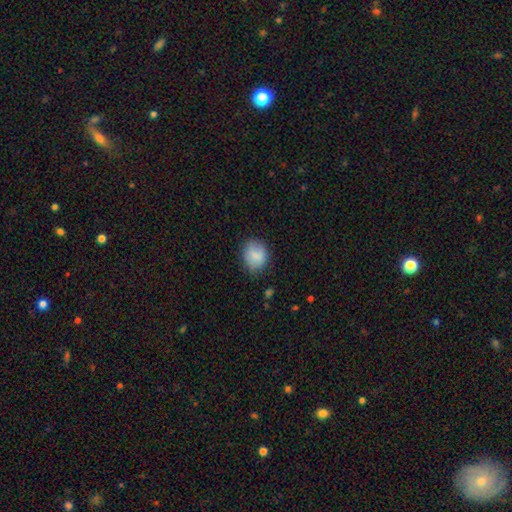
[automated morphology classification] A smooth galaxy with no disk features (85%) that is round (66%).

Vote fractions:
- Smooth or featured? smooth: 85% / featured or disk: 8% / star or artifact: 7%
- How rounded? round: 66% / in between: 33% / cigar-shaped: 1%
- Merging? none: 78% / minor disturbance: 17% / major disturbance: 4% / merger: 1%